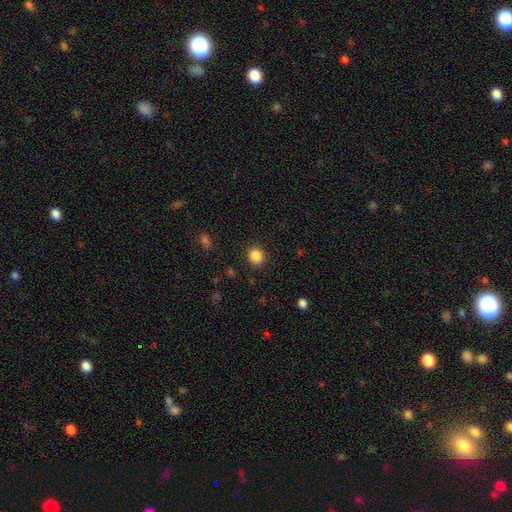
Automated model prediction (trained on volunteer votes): Morphology: type=smooth (87%); roundness=round (81%); merging=none (90%).